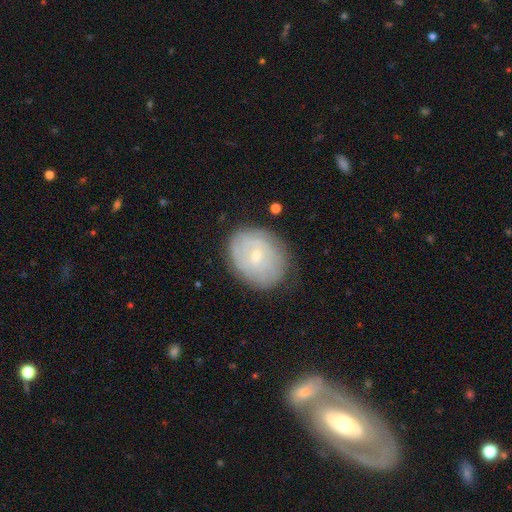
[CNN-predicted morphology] smooth_or_featured: featured or disk (p=0.56) [alt: smooth p=0.36]
disk_edge_on: no (p=0.96) [alt: yes p=0.04]
bar: no (p=0.50) [alt: weak p=0.43]
has_spiral_arms: yes (p=0.72) [alt: no p=0.28]
bulge_size: small (p=0.76) [alt: moderate p=0.20]
merging: none (p=0.78) [alt: minor disturbance p=0.16]